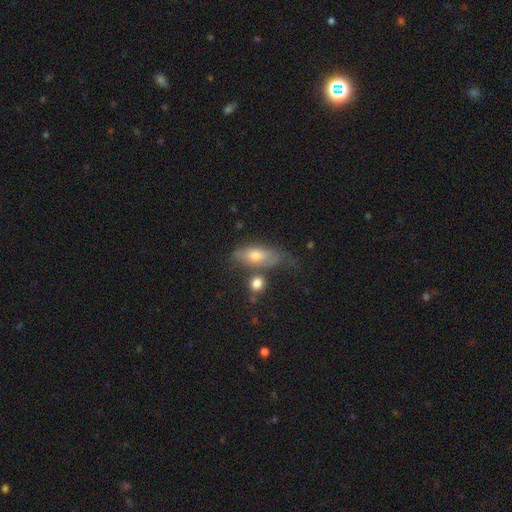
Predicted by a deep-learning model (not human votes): Smooth or featured? smooth (61%)
How rounded? in between (76%)
Merging? none (43%)